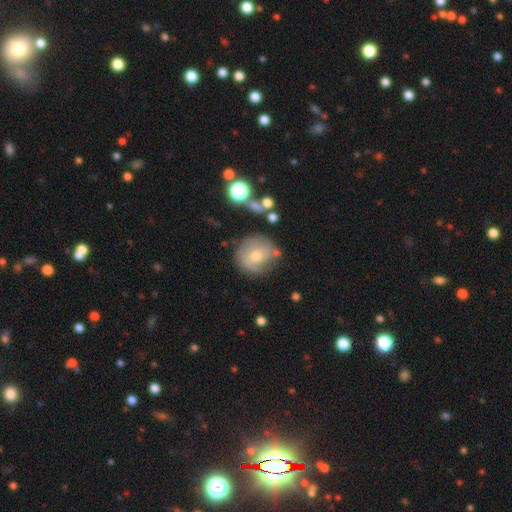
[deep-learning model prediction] A smooth galaxy with no disk features (49%).

Vote fractions:
- Smooth or featured? smooth: 49% / featured or disk: 39% / star or artifact: 12%
- Merging? none: 70% / minor disturbance: 18% / major disturbance: 7% / merger: 5%